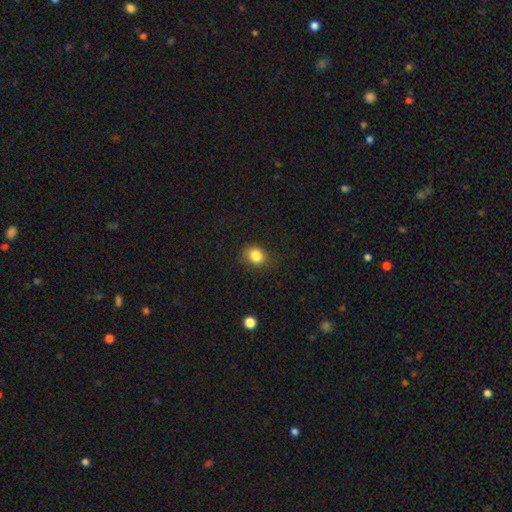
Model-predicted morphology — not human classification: Smooth or featured? smooth (84%)
How rounded? round (64%)
Merging? none (79%)